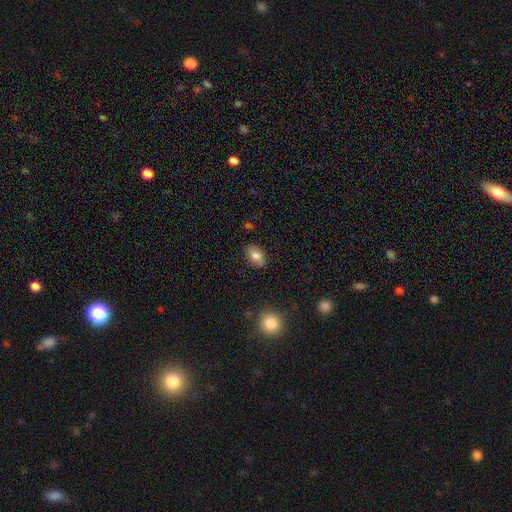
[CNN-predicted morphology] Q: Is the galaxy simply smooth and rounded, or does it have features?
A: smooth — 79%.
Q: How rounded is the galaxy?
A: in between — 88%.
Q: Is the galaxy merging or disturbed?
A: none — 85%.